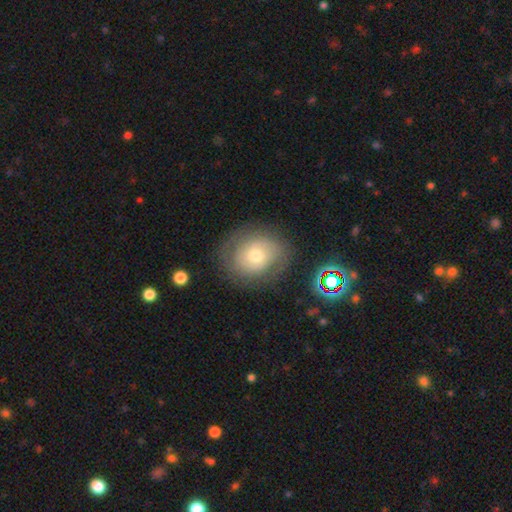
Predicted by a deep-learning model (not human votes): Smooth or featured? featured or disk (48%)
Merging? none (74%)